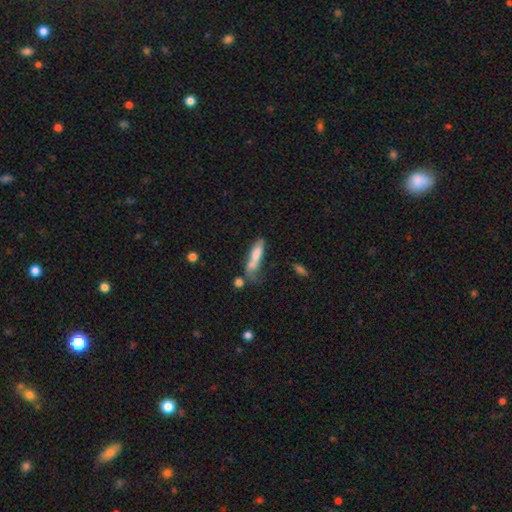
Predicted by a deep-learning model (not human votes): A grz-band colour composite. It shows a smooth galaxy with no disk features (68%) that is cigar-shaped (63%). Merging: none (30%, tied with merger).